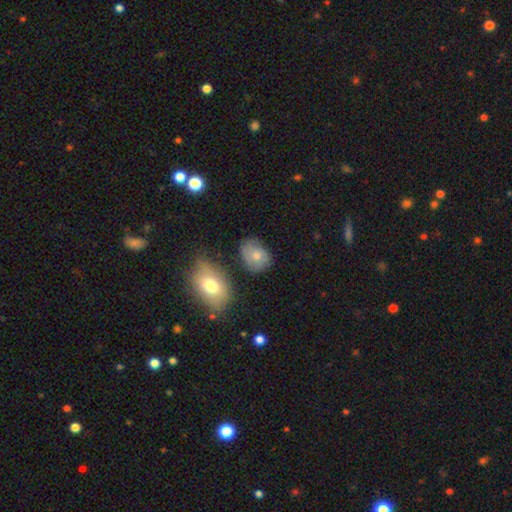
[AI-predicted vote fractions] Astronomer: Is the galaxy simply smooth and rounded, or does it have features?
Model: smooth — 61%.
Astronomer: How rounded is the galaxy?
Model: in between — 60% (runner-up: round, 38%).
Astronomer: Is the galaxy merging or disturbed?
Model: none — 63%.